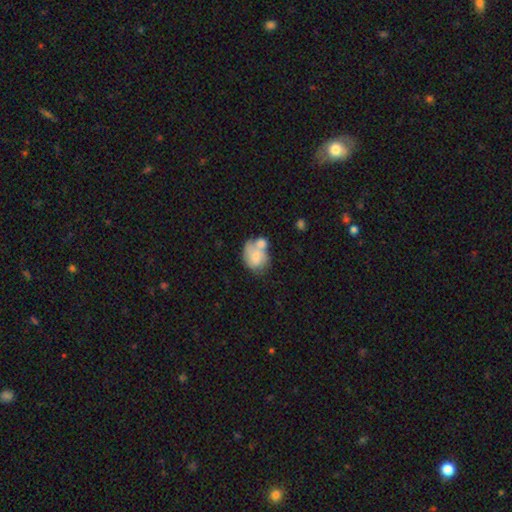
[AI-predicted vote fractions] smooth-or-featured: smooth: 60% | featured or disk: 33% | star or artifact: 7%
  how-rounded: in between: 53% | round: 46% | cigar-shaped: 1%
  merging: merger: 51% | none: 23% | minor disturbance: 16% | major disturbance: 10%